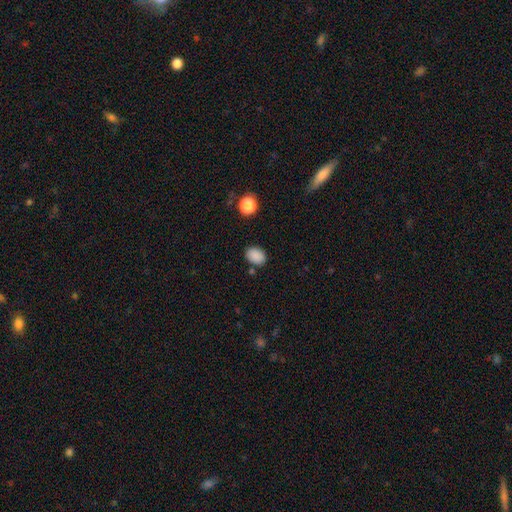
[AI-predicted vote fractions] Smooth or featured?
  - smooth: 87% *
  - star or artifact: 10%
  - featured or disk: 4%
How rounded?
  - in between: 69% *
  - round: 30%
  - cigar-shaped: 1%
Merging?
  - none: 81% *
  - minor disturbance: 12%
  - merger: 4%
  - major disturbance: 3%